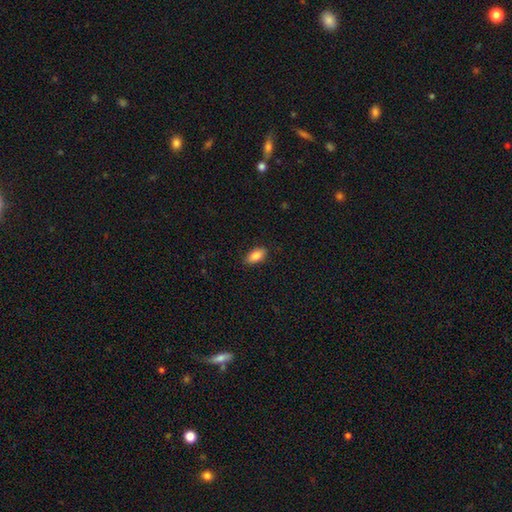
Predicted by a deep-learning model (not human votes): Smooth or featured: smooth — 86% (star or artifact — 7%)
How rounded: in between — 91% (cigar-shaped — 6%)
Merging: none — 87% (minor disturbance — 10%)